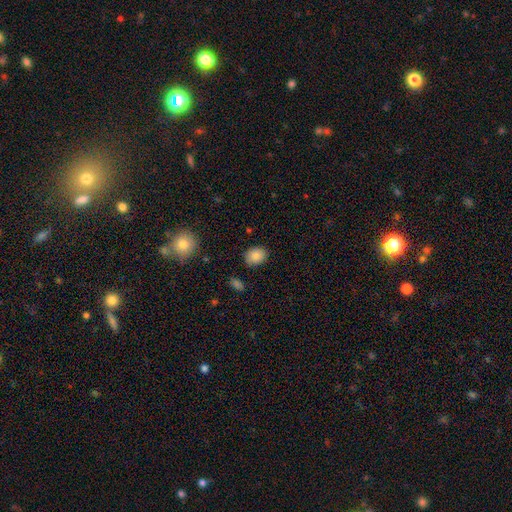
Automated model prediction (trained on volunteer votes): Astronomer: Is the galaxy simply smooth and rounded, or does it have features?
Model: smooth — 86%.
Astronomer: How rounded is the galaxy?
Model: in between — 53% (runner-up: round, 46%).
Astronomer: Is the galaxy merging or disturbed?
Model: none — 84%.